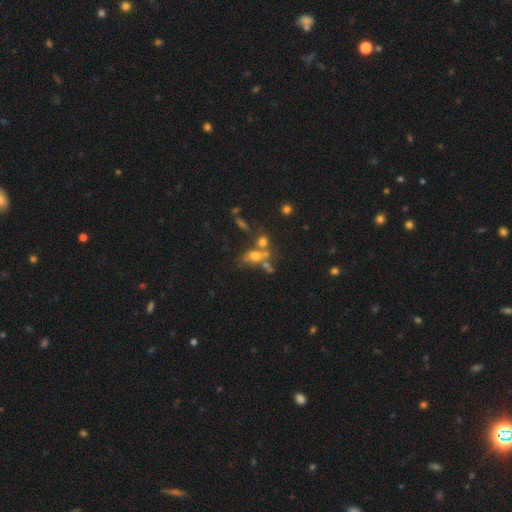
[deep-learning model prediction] Smooth or featured? Predicted: smooth (p=0.54). How rounded? Predicted: in between (p=0.65). Merging? Predicted: merger (p=0.42).